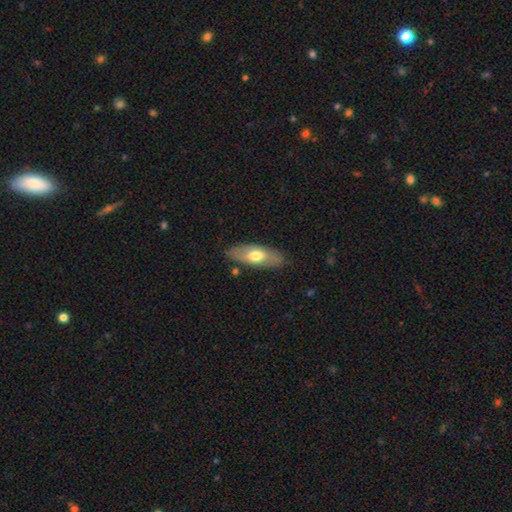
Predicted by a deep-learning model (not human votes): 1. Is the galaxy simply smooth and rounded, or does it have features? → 59% smooth, 35% featured or disk, 6% star or artifact.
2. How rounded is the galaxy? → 78% in between, 19% cigar-shaped, 3% round.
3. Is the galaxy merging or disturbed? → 82% none, 13% minor disturbance, 3% major disturbance, 2% merger.